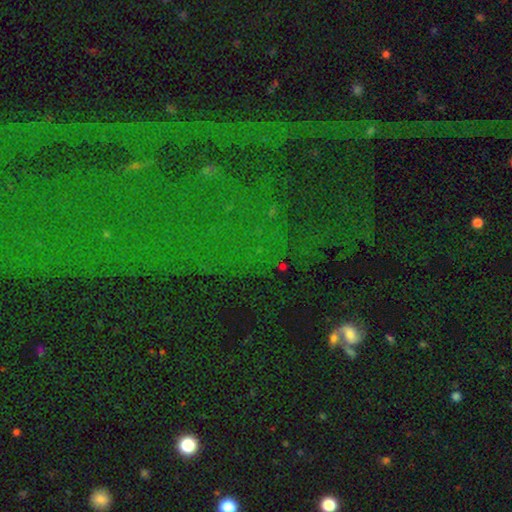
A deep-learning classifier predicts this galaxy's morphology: star or artifact 80%, featured or disk 10%, smooth 10%.